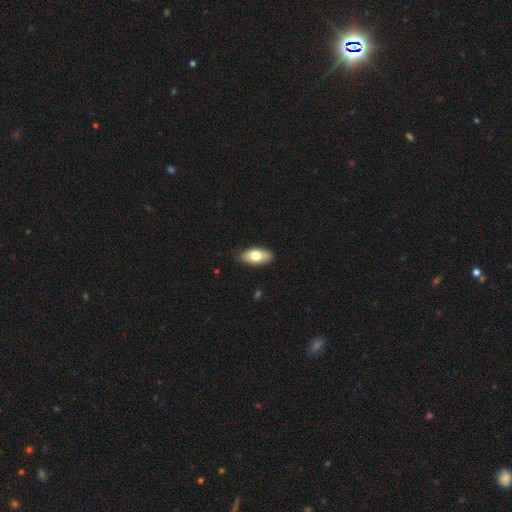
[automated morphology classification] Smooth or featured? Predicted: smooth (p=0.73). How rounded? Predicted: in between (p=0.92). Merging? Predicted: none (p=0.88).